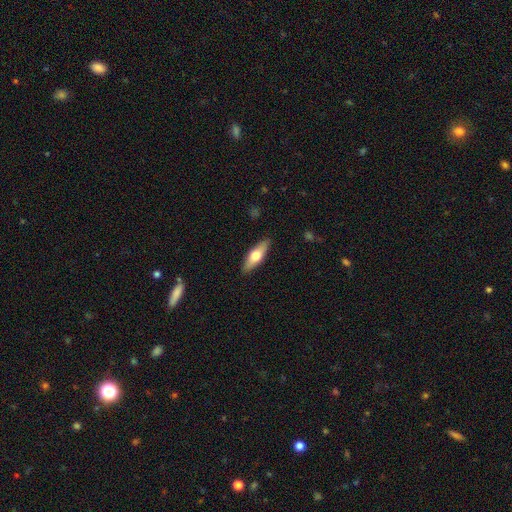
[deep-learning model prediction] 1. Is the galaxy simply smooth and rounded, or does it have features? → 58% smooth, 37% featured or disk, 6% star or artifact.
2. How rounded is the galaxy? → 55% in between, 43% cigar-shaped, 3% round.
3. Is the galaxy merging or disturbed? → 89% none, 9% minor disturbance, 2% major disturbance, 1% merger.